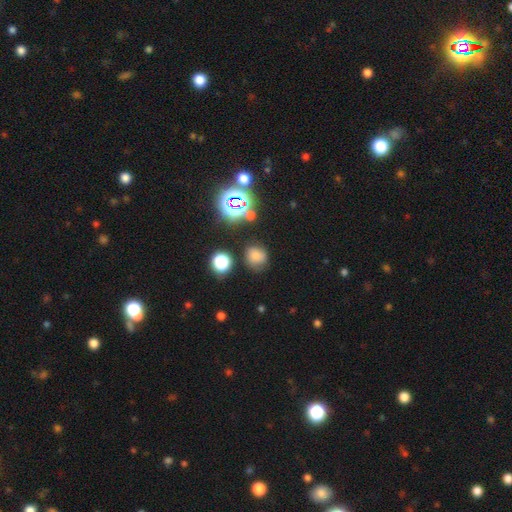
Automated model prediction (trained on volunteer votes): Q: Smooth or featured?
A: smooth (67%); runner-up: star or artifact (24%)
Q: How rounded?
A: round (76%); runner-up: in between (23%)
Q: Merging?
A: none (72%); runner-up: minor disturbance (17%)